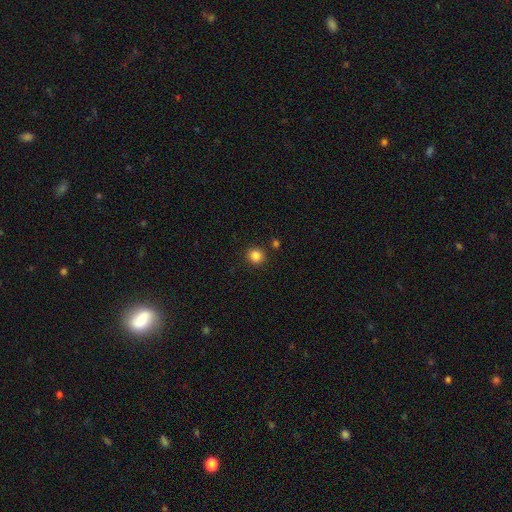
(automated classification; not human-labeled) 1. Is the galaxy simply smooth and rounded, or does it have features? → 84% smooth, 12% star or artifact, 4% featured or disk.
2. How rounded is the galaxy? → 92% round, 7% in between, 1% cigar-shaped.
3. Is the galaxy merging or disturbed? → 89% none, 6% minor disturbance, 3% merger, 2% major disturbance.